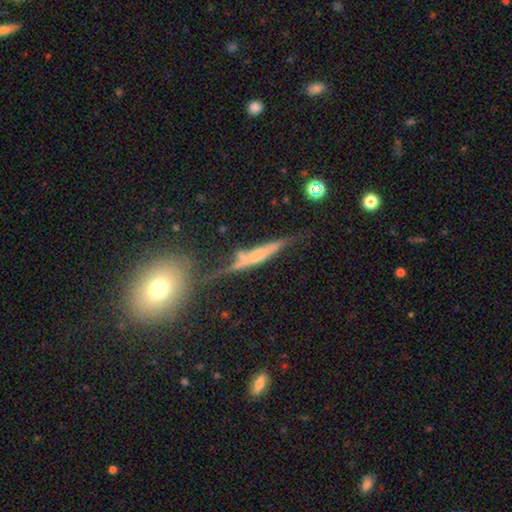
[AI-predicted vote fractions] featured or disk 61%, smooth 30%, star or artifact 10%. Down the decision tree: edge-on disk — yes (88%); edge-on bulge — none (39%); merging — none (56%).